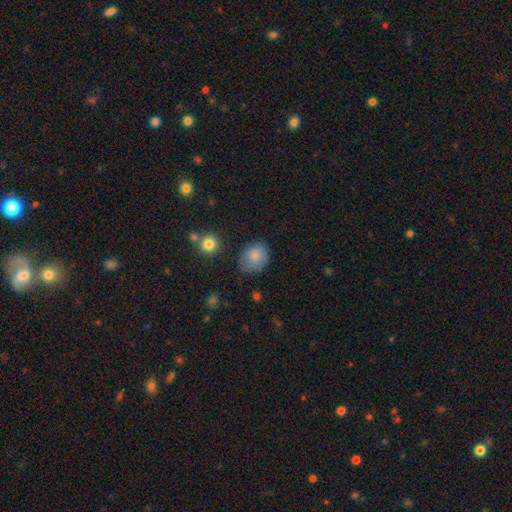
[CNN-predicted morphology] smooth_or_featured: smooth (p=0.81) [alt: featured or disk p=0.11]
how_rounded: in between (p=0.57) [alt: round p=0.42]
merging: none (p=0.64) [alt: minor disturbance p=0.26]